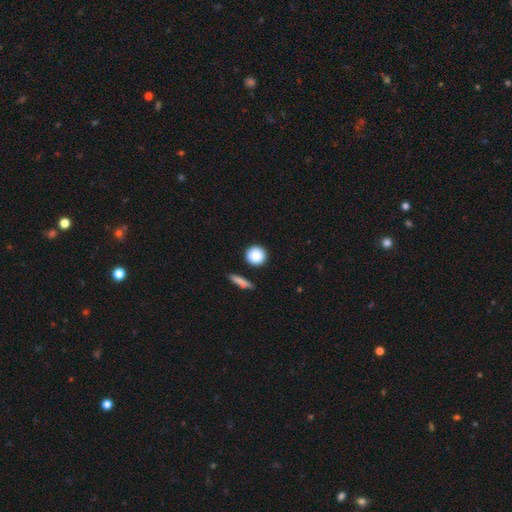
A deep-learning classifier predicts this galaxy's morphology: smooth-or-featured: smooth: 84% | featured or disk: 8% | star or artifact: 8%
  how-rounded: round: 92% | in between: 6% | cigar-shaped: 2%
  merging: none: 85% | minor disturbance: 9% | merger: 4% | major disturbance: 2%